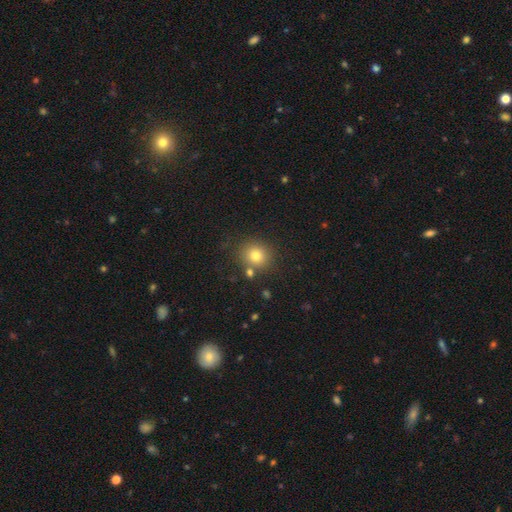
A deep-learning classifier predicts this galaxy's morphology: type=smooth (78%); roundness=round (83%); merging=none (79%).